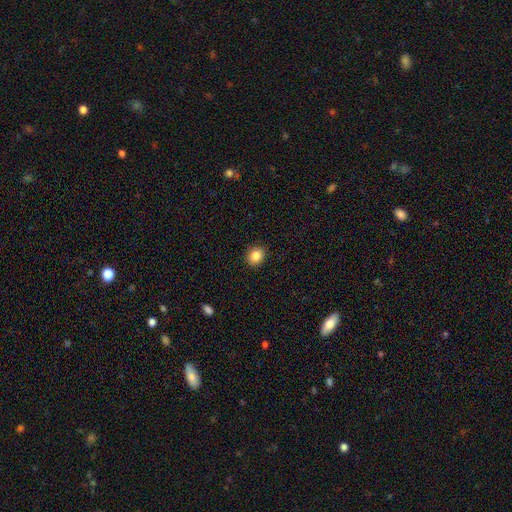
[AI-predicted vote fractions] Smooth or featured?
  - smooth: 85% *
  - star or artifact: 10%
  - featured or disk: 6%
How rounded?
  - round: 66% *
  - in between: 33%
  - cigar-shaped: 1%
Merging?
  - none: 91% *
  - minor disturbance: 6%
  - major disturbance: 2%
  - merger: 1%